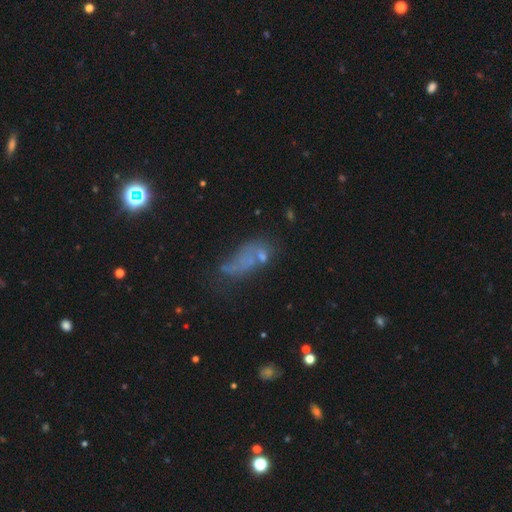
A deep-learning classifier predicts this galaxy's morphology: A smooth galaxy with no disk features (47%).

Vote fractions:
- Smooth or featured? smooth: 47% / featured or disk: 30% / star or artifact: 22%
- Merging? none: 33% / major disturbance: 27% / minor disturbance: 22% / merger: 18%